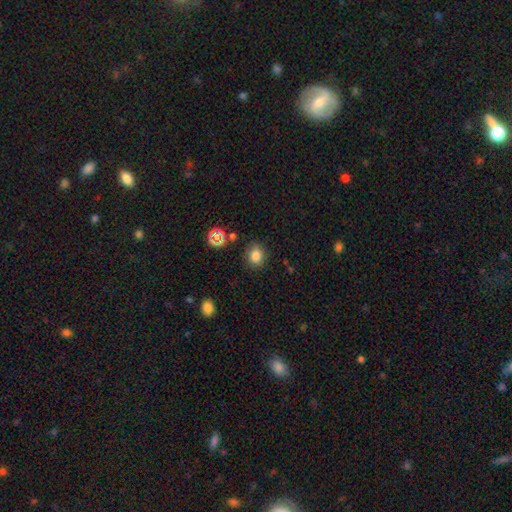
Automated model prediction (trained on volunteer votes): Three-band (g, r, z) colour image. It shows a smooth galaxy with no disk features (79%) that is round (68%). Merging: none (82%).